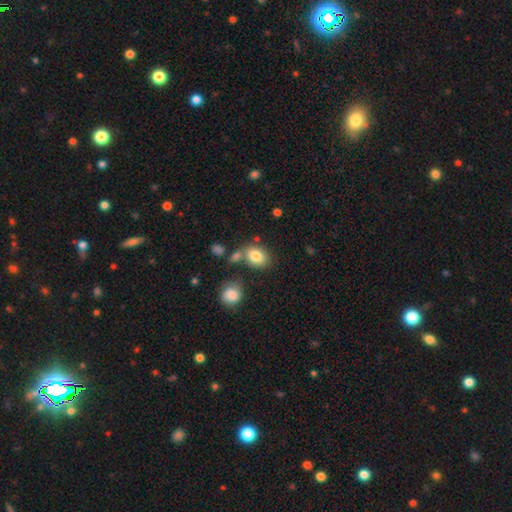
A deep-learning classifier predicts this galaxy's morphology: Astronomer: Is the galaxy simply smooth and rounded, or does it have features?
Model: smooth — 82%.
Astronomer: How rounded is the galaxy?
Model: in between — 67%.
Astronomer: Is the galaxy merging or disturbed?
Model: none — 64%.